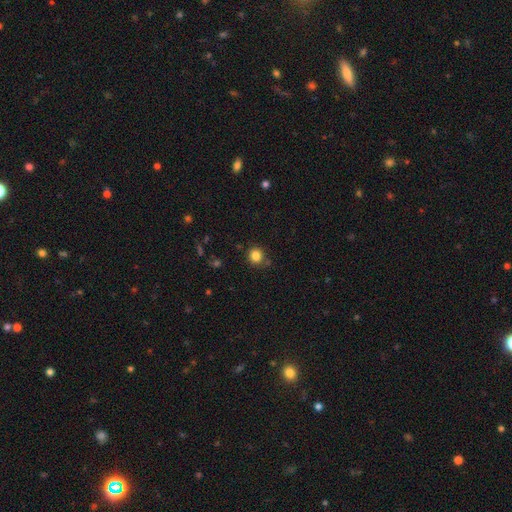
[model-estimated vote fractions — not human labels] smooth 84%, star or artifact 12%, featured or disk 5%. Down the decision tree: how rounded — round (88%); merging — none (81%).